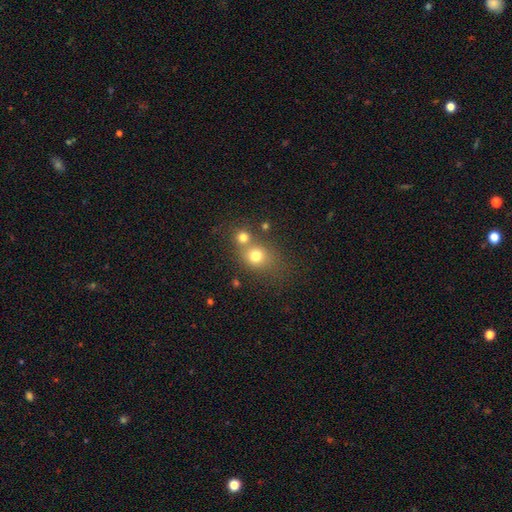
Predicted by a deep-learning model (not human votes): Smooth or featured? smooth (73%)
How rounded? round (73%)
Merging? none (46%)